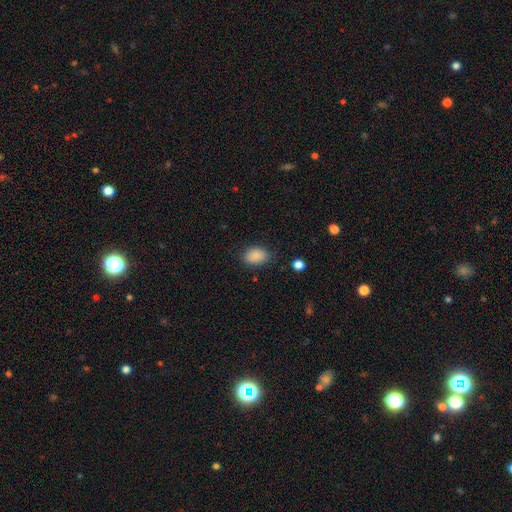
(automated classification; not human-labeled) smooth-or-featured: smooth: 88% | star or artifact: 9% | featured or disk: 4%
  how-rounded: in between: 82% | round: 16% | cigar-shaped: 1%
  merging: none: 80% | minor disturbance: 14% | major disturbance: 4% | merger: 1%